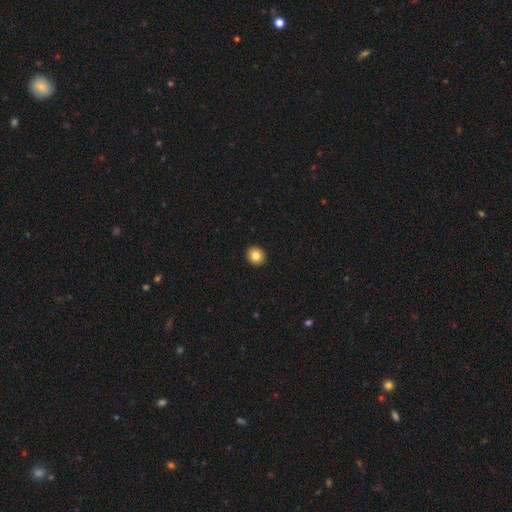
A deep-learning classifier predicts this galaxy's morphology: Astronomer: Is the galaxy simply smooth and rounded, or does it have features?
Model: smooth — 83%.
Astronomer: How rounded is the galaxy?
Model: round — 84%.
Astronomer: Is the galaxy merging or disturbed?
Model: none — 93%.